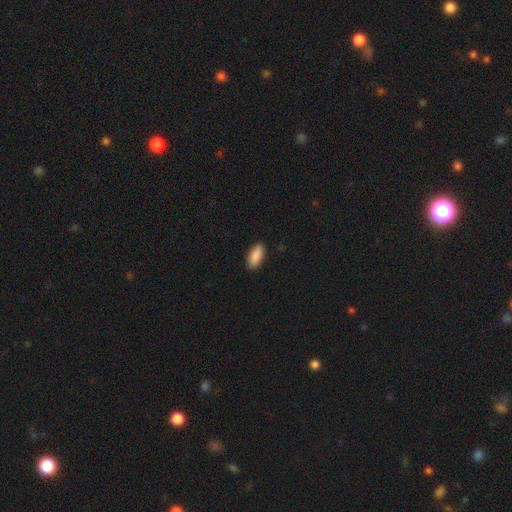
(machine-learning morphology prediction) Smooth or featured? Predicted: smooth (p=0.90). How rounded? Predicted: in between (p=0.88). Merging? Predicted: none (p=0.88).